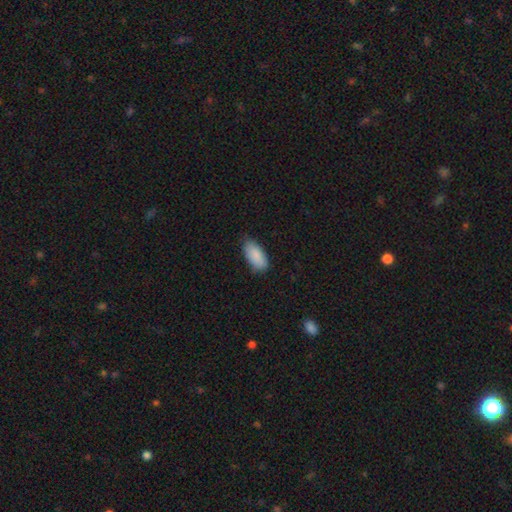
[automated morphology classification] smooth 89%, star or artifact 6%, featured or disk 5%. Down the decision tree: how rounded — in between (92%); merging — none (78%).